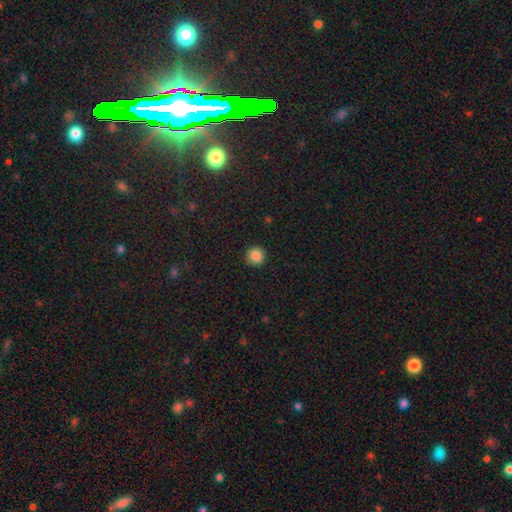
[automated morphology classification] Smooth or featured?
  - smooth: 86% *
  - star or artifact: 10%
  - featured or disk: 4%
How rounded?
  - round: 94% *
  - in between: 6%
  - cigar-shaped: 1%
Merging?
  - none: 92% *
  - minor disturbance: 5%
  - major disturbance: 2%
  - merger: 1%